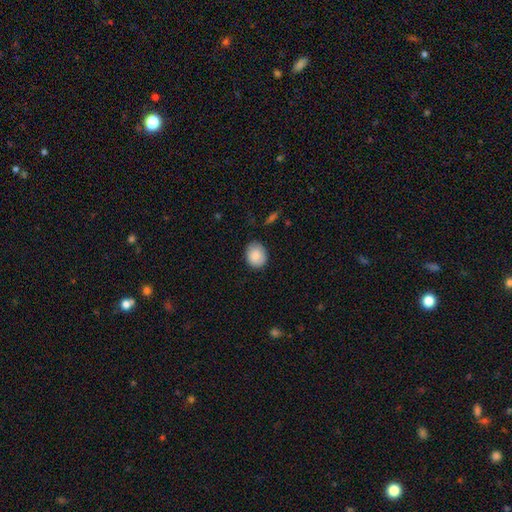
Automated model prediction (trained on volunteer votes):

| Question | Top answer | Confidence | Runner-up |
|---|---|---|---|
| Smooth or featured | smooth | 87% | star or artifact (7%) |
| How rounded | round | 58% | in between (41%) |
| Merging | none | 80% | minor disturbance (16%) |